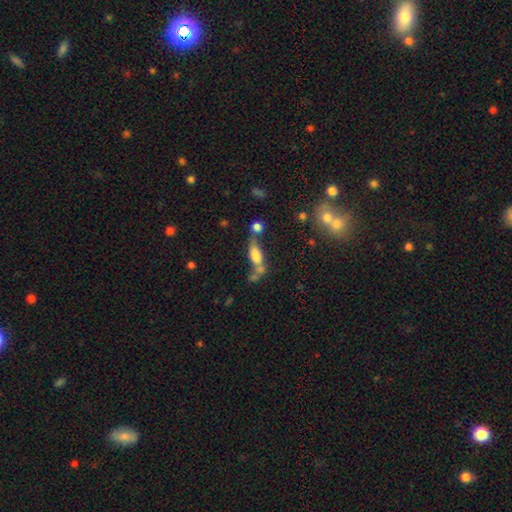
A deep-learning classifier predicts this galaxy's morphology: smooth-or-featured: smooth: 59% | featured or disk: 29% | star or artifact: 12%
  how-rounded: in between: 67% | cigar-shaped: 26% | round: 7%
  merging: none: 36% (tied) | merger: 36% (tied) | minor disturbance: 16% | major disturbance: 12%